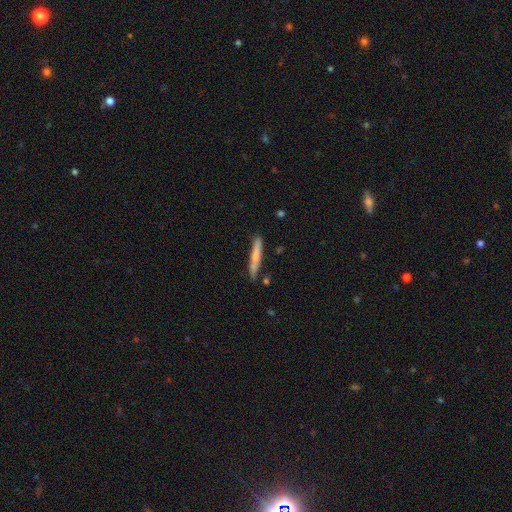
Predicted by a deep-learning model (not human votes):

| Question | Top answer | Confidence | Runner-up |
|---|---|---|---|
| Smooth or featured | smooth | 67% | featured or disk (27%) |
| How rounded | cigar-shaped | 95% | in between (4%) |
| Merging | none | 82% | minor disturbance (13%) |